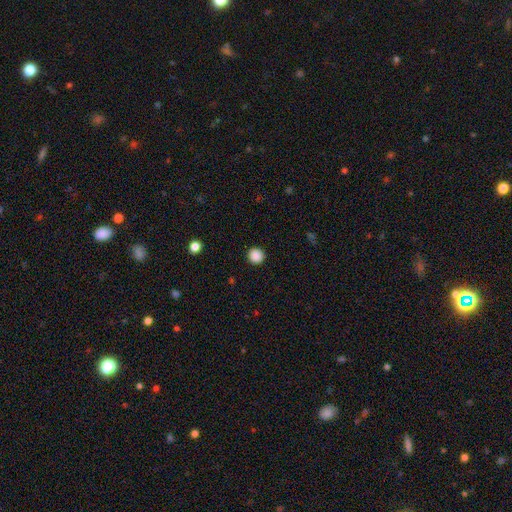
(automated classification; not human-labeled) This appears to be a smooth galaxy with no disk features (88%) that is round (95%). Merging: none (93%).